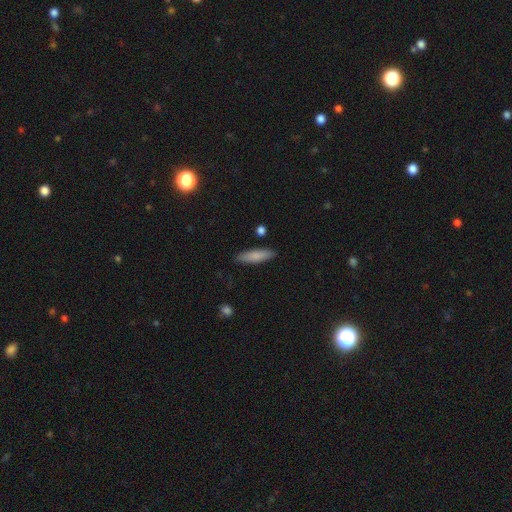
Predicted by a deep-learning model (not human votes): Smooth or featured? smooth (82%)
How rounded? cigar-shaped (66%)
Merging? none (87%)